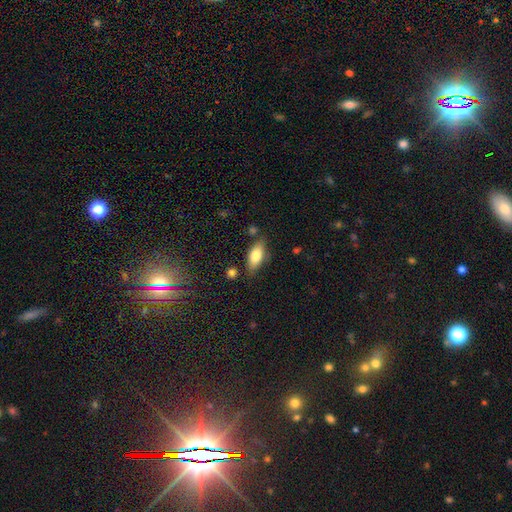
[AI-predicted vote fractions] smooth_or_featured: smooth (p=0.76) [alt: featured or disk p=0.17]
how_rounded: in between (p=0.82) [alt: cigar-shaped p=0.15]
merging: none (p=0.77) [alt: minor disturbance p=0.16]